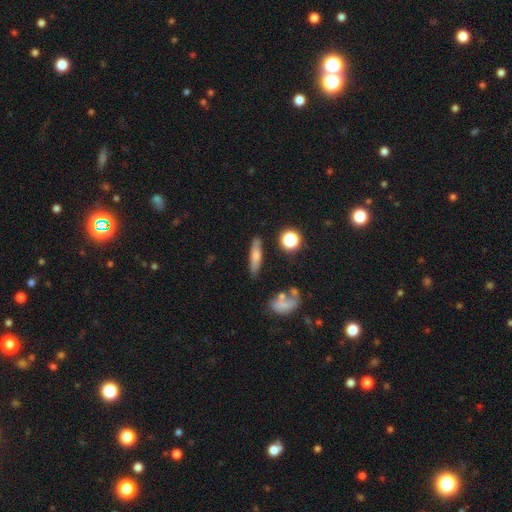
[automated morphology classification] smooth_or_featured: smooth (p=0.64) [alt: featured or disk p=0.26]
how_rounded: cigar-shaped (p=0.73) [alt: in between p=0.22]
merging: none (p=0.78) [alt: minor disturbance p=0.13]